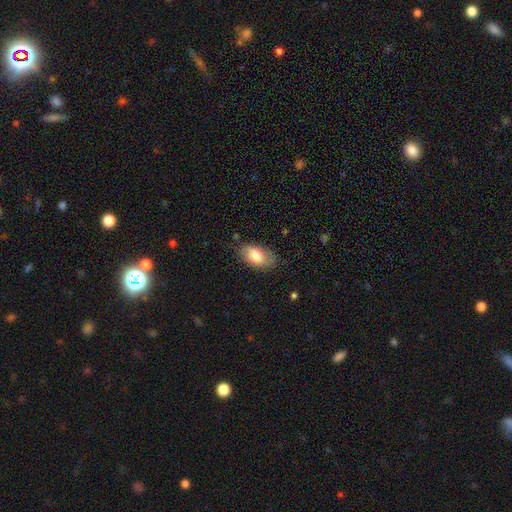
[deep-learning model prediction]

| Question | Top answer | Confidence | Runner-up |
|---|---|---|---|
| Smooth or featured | smooth | 78% | featured or disk (16%) |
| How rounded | in between | 93% | round (5%) |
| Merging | none | 70% | minor disturbance (23%) |